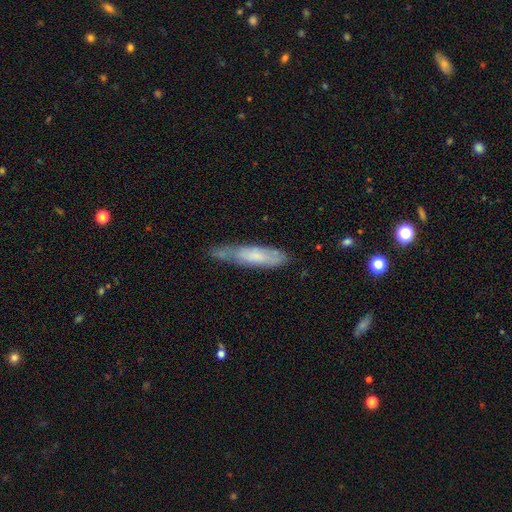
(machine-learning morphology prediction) The model was most divided on "merging": none: 53%, minor disturbance: 33%, major disturbance: 9%, merger: 5%. More confident: how rounded — cigar-shaped (75%); smooth or featured — smooth (58%).